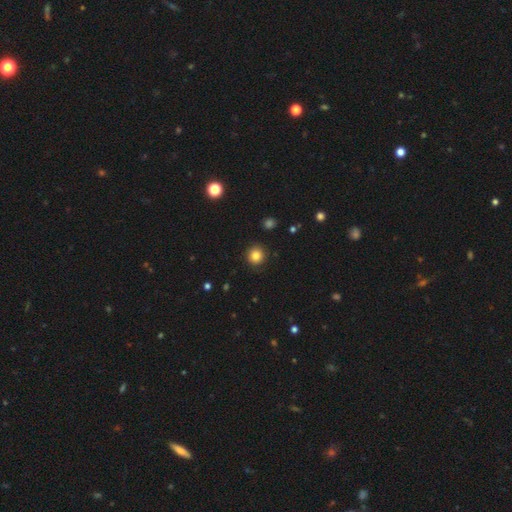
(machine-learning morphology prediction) This appears to be a smooth galaxy with no disk features (84%) that is round (93%). Merging: none (91%).